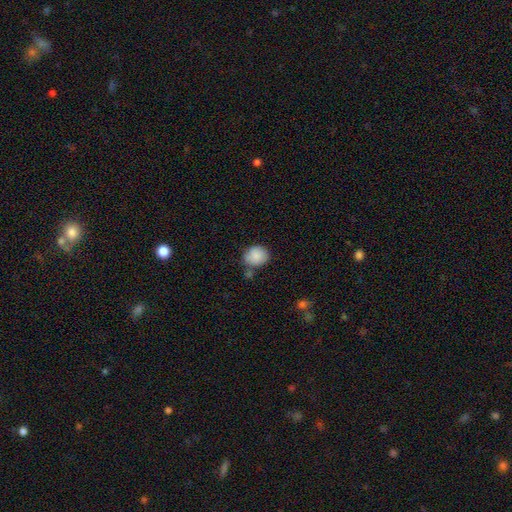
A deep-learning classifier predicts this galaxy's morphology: type=smooth (87%); roundness=round (64%); merging=none (64%).